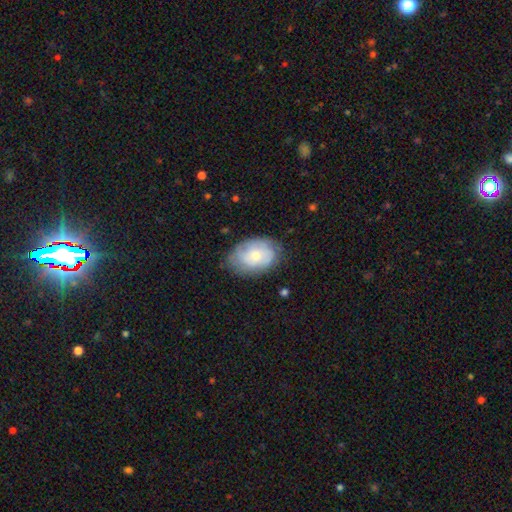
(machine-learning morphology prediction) smooth-or-featured: smooth: 52% | featured or disk: 41% | star or artifact: 7%
  how-rounded: in between: 77% | round: 22% | cigar-shaped: 1%
  merging: none: 68% | minor disturbance: 24% | major disturbance: 7% | merger: 1%